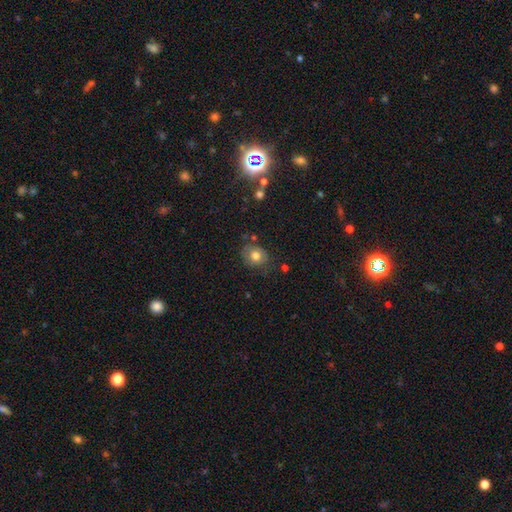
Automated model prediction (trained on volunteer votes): Smooth or featured? smooth (76%)
How rounded? round (62%)
Merging? none (72%)